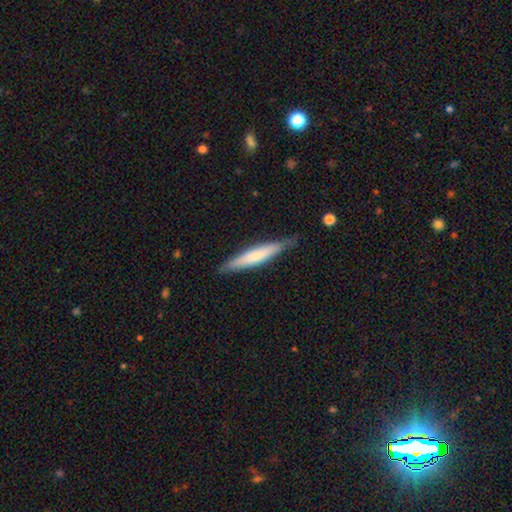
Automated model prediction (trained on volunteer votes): smooth-or-featured: smooth: 58% | featured or disk: 37% | star or artifact: 5%
  how-rounded: cigar-shaped: 91% | in between: 8% | round: 1%
  merging: none: 82% | minor disturbance: 14% | major disturbance: 2% | merger: 1%